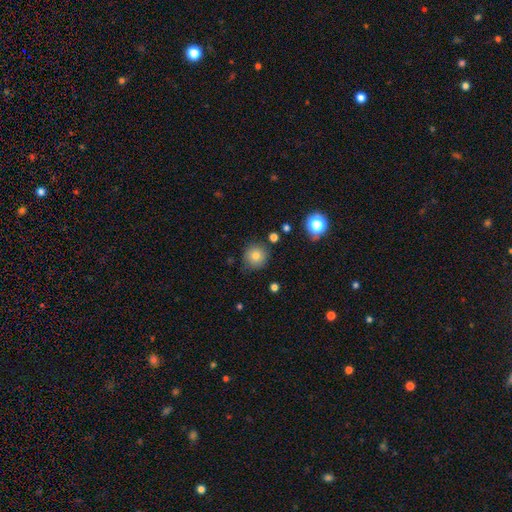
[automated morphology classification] Smooth or featured: smooth — 79% (star or artifact — 12%)
How rounded: round — 93% (in between — 6%)
Merging: none — 83% (minor disturbance — 11%)